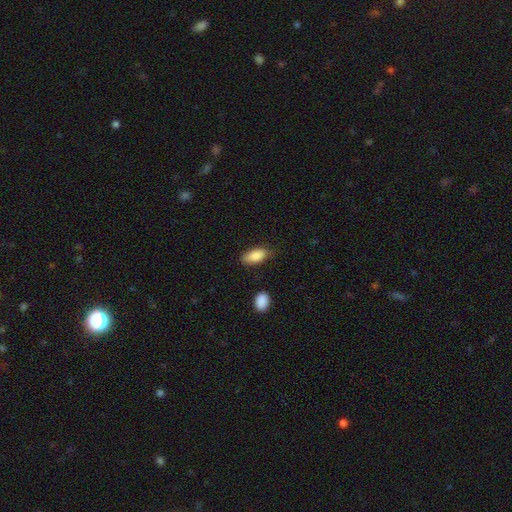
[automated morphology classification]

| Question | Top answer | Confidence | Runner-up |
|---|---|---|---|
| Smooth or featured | smooth | 87% | star or artifact (6%) |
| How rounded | in between | 89% | cigar-shaped (8%) |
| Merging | none | 78% | minor disturbance (16%) |